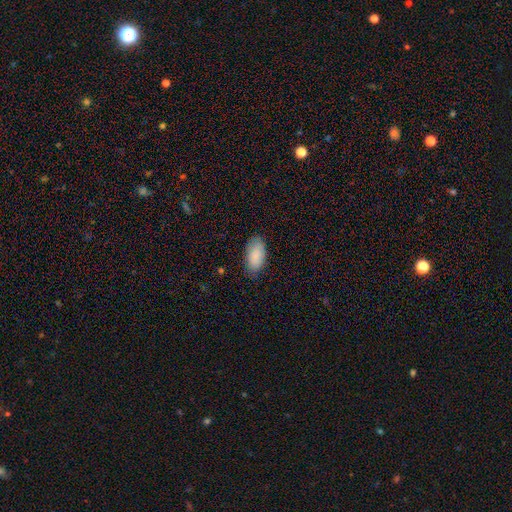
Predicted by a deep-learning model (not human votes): This appears to be a smooth galaxy with no disk features (88%) that is in between round and cigar-shaped (95%). Merging: none (81%).